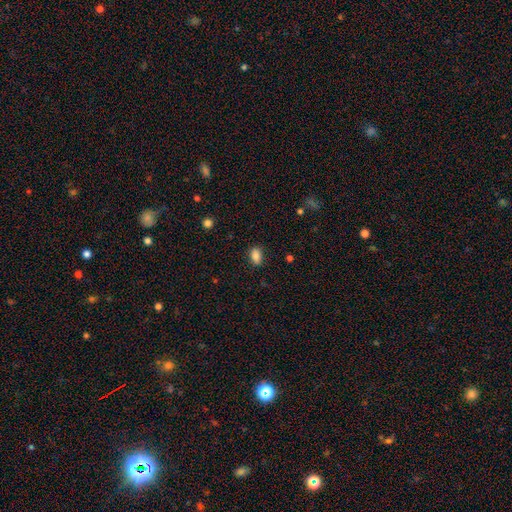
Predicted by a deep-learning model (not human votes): This is clearly a smooth galaxy (85%). How rounded: clearly in between (86%). Merging: clearly none (83%).